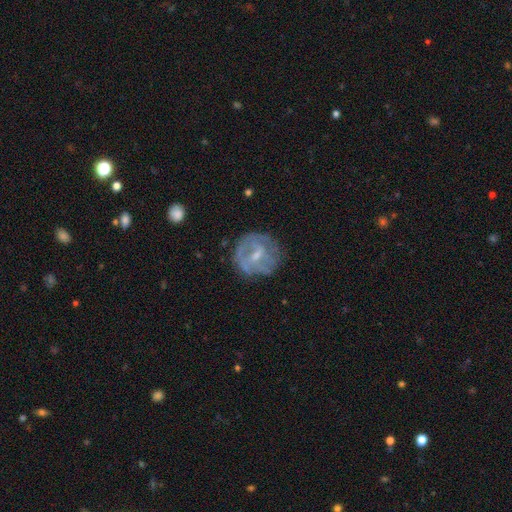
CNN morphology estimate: The model was most divided on "spiral arms": yes: 53%, no: 47%. Remaining: edge-on disk — no (96%); merging — none (66%); smooth or featured — featured or disk (65%); bar — weak (52%); bulge size — small (49%).